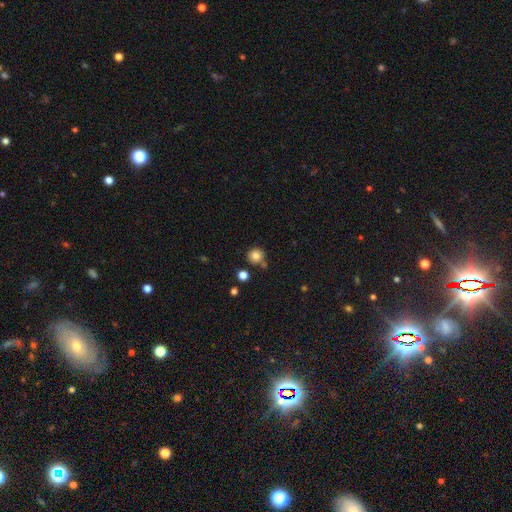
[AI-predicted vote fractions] Smooth or featured? smooth (82%)
How rounded? round (92%)
Merging? none (77%)